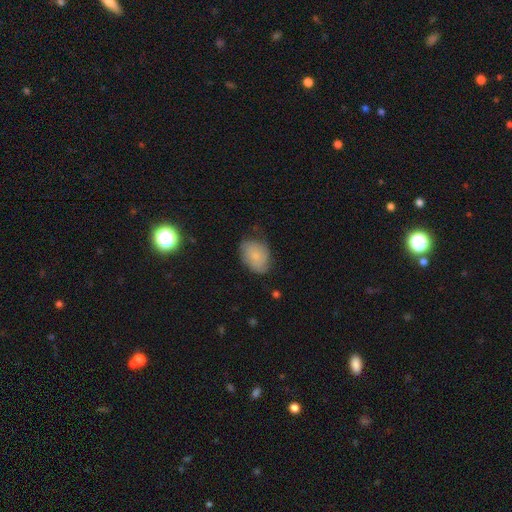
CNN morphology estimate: Smooth or featured? smooth (59%)
How rounded? in between (72%)
Merging? none (59%)